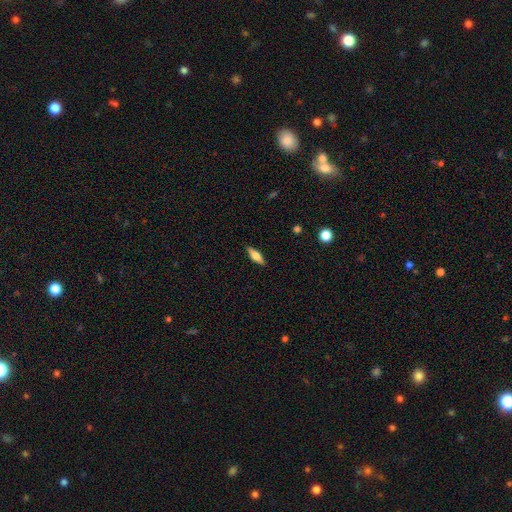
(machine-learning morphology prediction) Smooth or featured? Predicted: smooth (p=0.59). How rounded? Predicted: in between (p=0.50). Merging? Predicted: none (p=0.88).